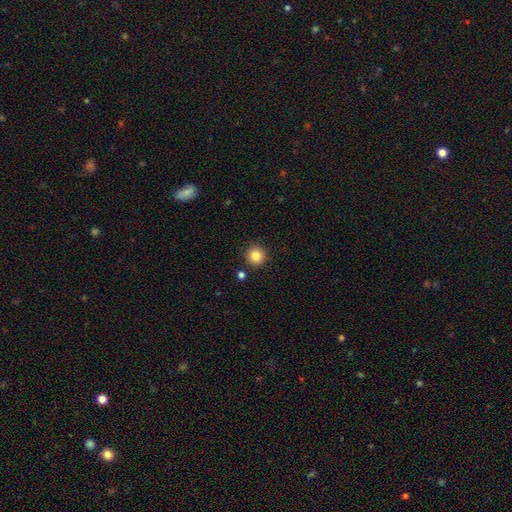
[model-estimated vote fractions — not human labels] smooth_or_featured: smooth (p=0.84) [alt: star or artifact p=0.11]
how_rounded: round (p=0.95) [alt: in between p=0.04]
merging: none (p=0.89) [alt: minor disturbance p=0.06]